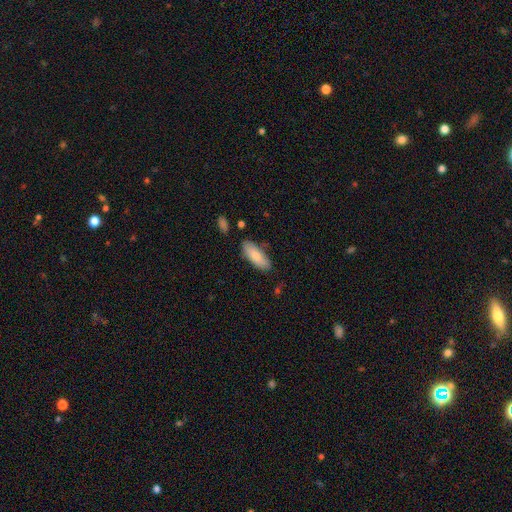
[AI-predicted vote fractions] This appears to be a smooth galaxy with no disk features (80%) that is in between round and cigar-shaped (74%). Merging: none (77%).